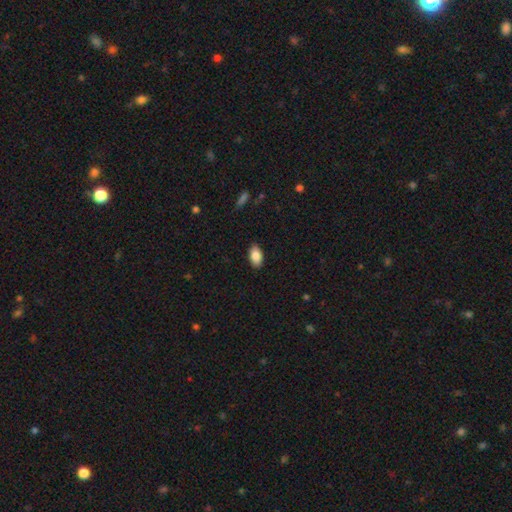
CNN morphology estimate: type=smooth (88%); roundness=in between (94%); merging=none (88%).